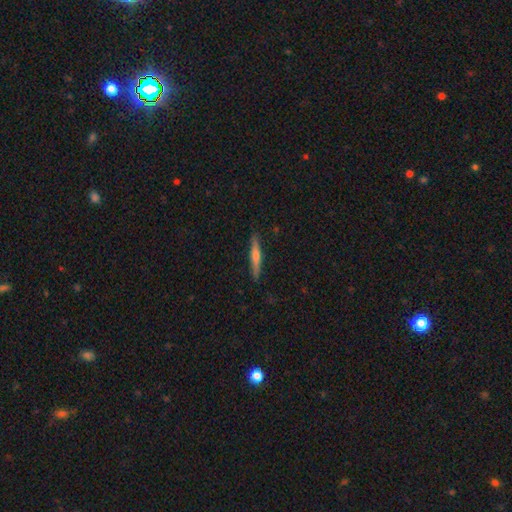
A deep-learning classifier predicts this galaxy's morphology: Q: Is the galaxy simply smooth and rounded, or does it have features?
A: featured or disk — 55%.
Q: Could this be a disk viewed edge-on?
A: yes — 97%.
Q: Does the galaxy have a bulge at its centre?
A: rounded — 76%.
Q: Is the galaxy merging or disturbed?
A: none — 90%.